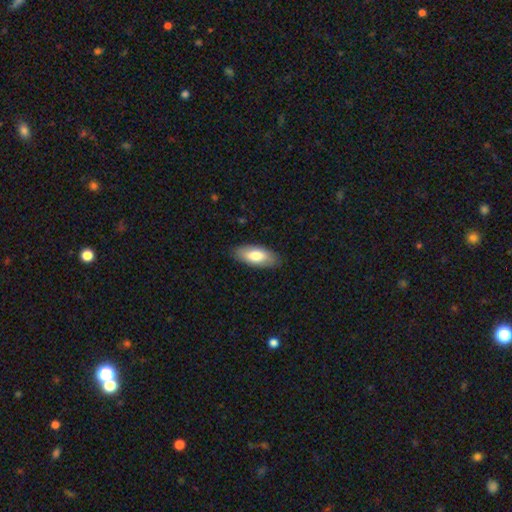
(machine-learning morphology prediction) This appears to be a smooth galaxy with no disk features (76%) that is in between round and cigar-shaped (83%). Merging: none (86%).